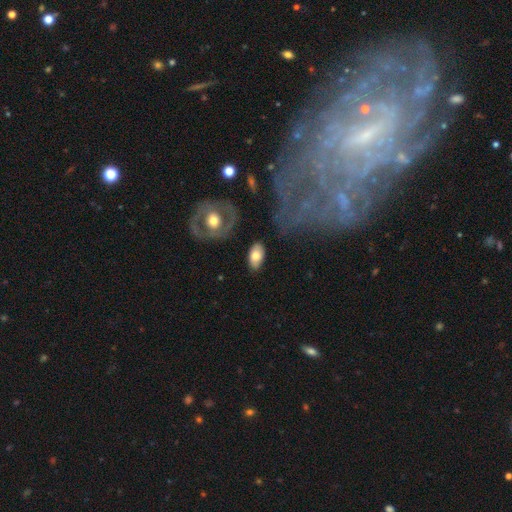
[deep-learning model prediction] The model was most divided on "smooth or featured": smooth: 72%, featured or disk: 21%, star or artifact: 7%. More confident: how rounded — in between (92%); merging — none (82%).